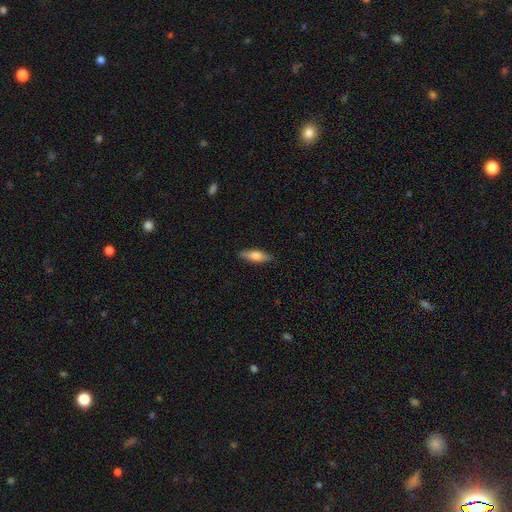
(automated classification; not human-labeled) A smooth galaxy with no disk features (74%) that is in between round and cigar-shaped (53%).

Vote fractions:
- Smooth or featured? smooth: 74% / featured or disk: 20% / star or artifact: 6%
- How rounded? in between: 53% / cigar-shaped: 45% / round: 2%
- Merging? none: 87% / minor disturbance: 10% / major disturbance: 2% / merger: 1%